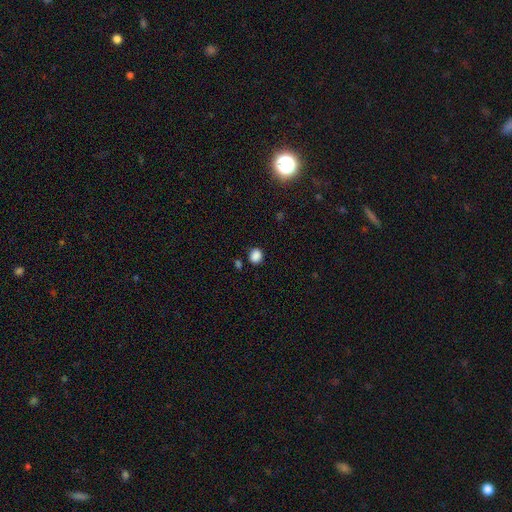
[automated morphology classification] This is clearly a smooth galaxy (86%). How rounded: likely round (70%). Merging: clearly none (81%).